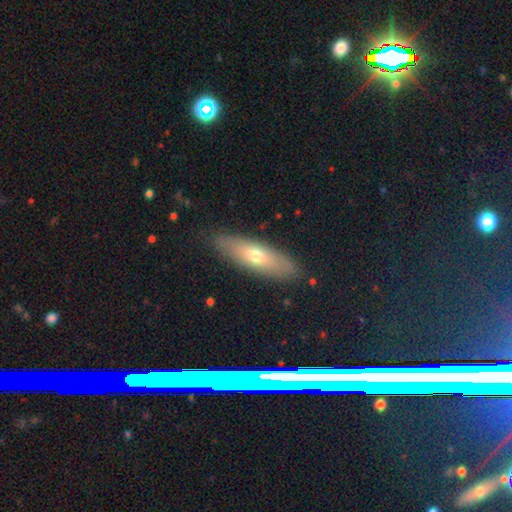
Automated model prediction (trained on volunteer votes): This appears to be a smooth galaxy with no disk features (59%) that is in between round and cigar-shaped (50%). Merging: none (86%).